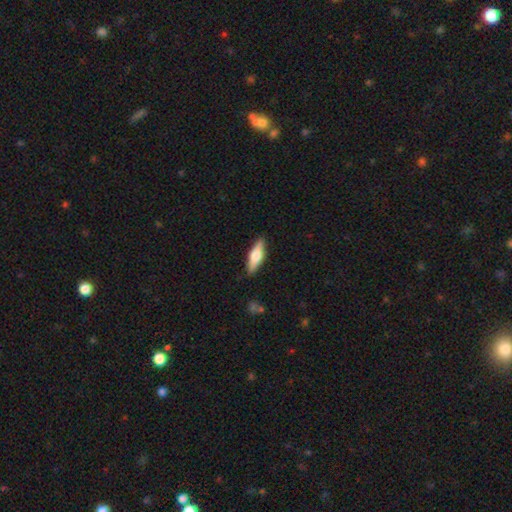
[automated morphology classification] Smooth or featured? Predicted: smooth (p=0.55). How rounded? Predicted: cigar-shaped (p=0.50). Merging? Predicted: none (p=0.88).